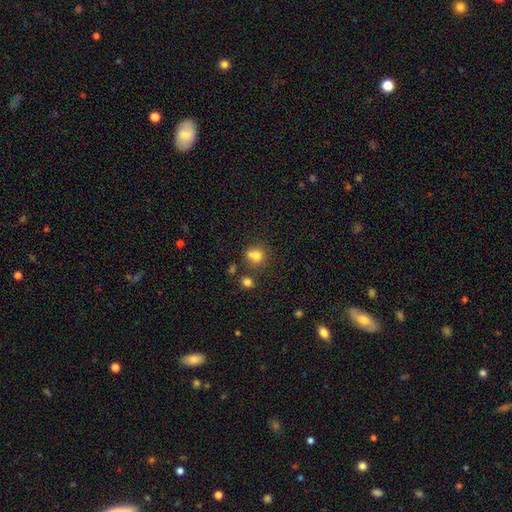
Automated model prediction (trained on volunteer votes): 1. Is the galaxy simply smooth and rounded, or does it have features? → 76% smooth, 13% star or artifact, 11% featured or disk.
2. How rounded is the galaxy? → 75% round, 24% in between, 1% cigar-shaped.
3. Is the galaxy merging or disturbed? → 47% none, 32% merger, 15% minor disturbance, 6% major disturbance.